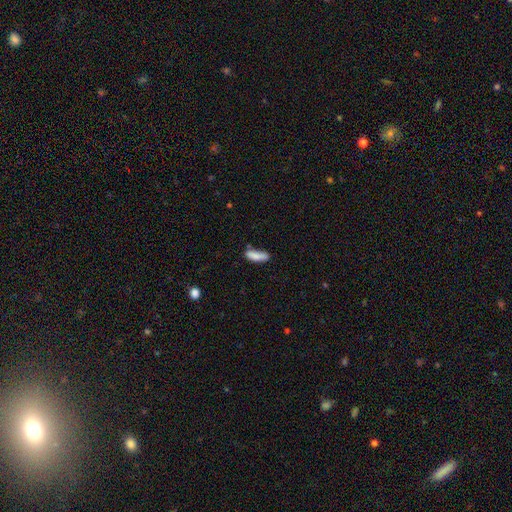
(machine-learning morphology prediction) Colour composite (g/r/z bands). It shows a smooth galaxy with no disk features (82%) that is cigar-shaped (52%). Merging: none (59%).